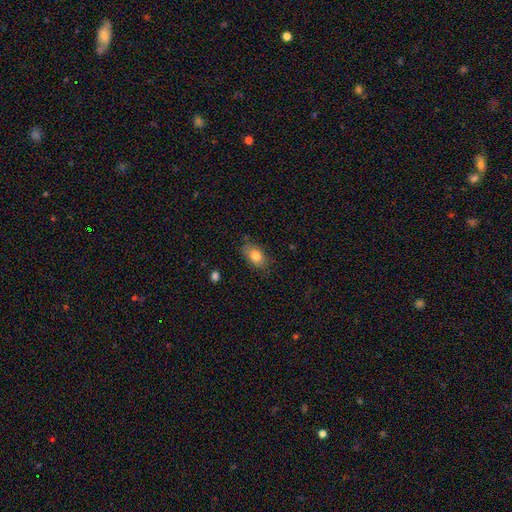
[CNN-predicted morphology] Overall: smooth (80%). How rounded: in between (87%). Merging: none (75%).